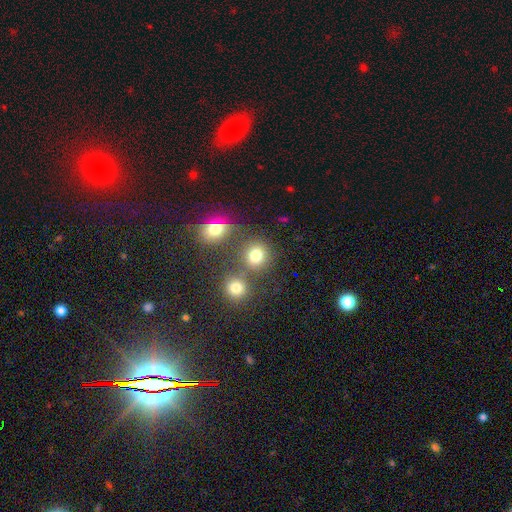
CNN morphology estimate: Smooth or featured? smooth (74%)
How rounded? round (86%)
Merging? none (66%)